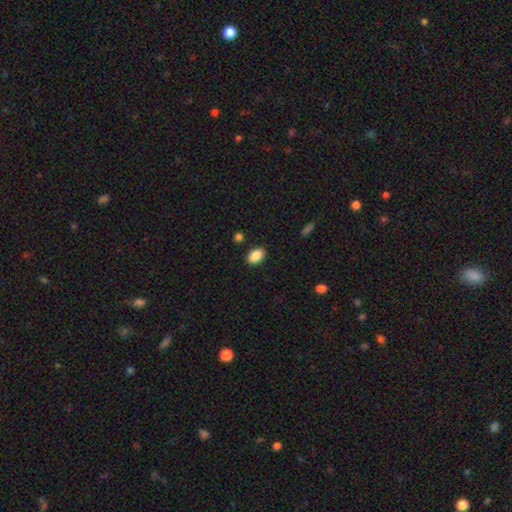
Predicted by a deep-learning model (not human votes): This appears to be a smooth galaxy with no disk features (89%) that is in between round and cigar-shaped (90%). Merging: none (87%).